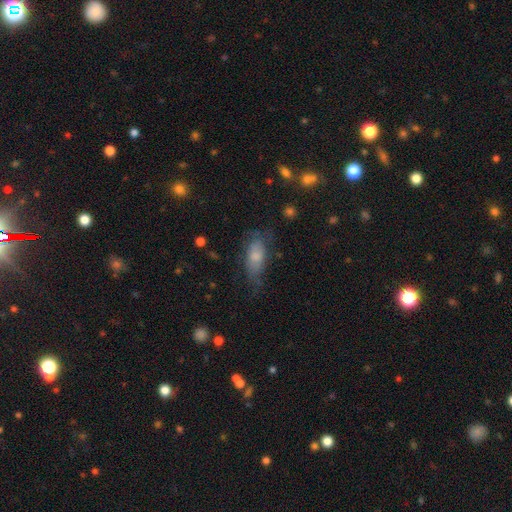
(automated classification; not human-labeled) Smooth or featured? smooth (63%)
How rounded? in between (79%)
Merging? none (50%)